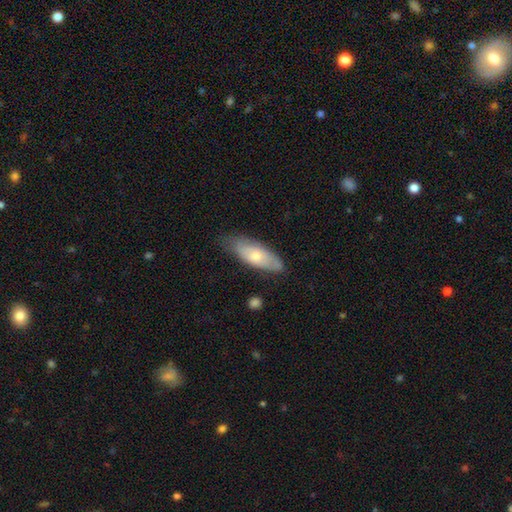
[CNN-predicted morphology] type=smooth (57%); roundness=in between (68%); merging=none (71%).